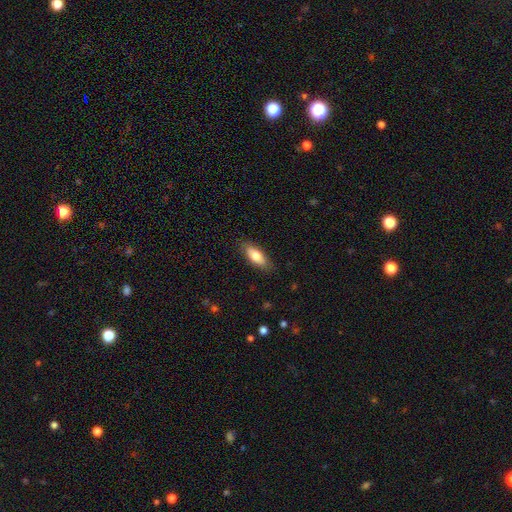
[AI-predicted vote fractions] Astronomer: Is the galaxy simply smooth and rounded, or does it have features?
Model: smooth — 74%.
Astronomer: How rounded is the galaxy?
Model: in between — 76%.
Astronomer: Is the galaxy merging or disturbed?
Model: none — 84%.